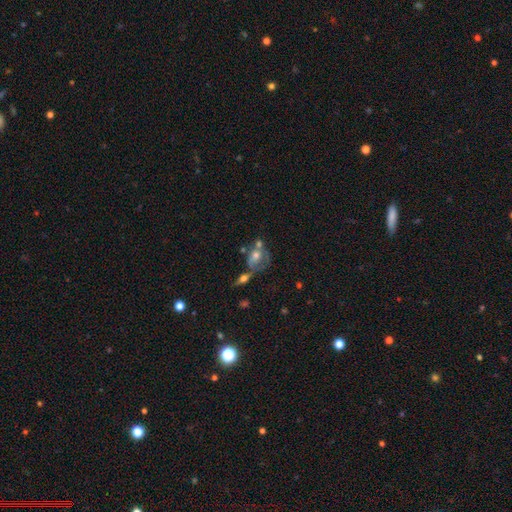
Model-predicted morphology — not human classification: Smooth or featured: smooth — 45% (featured or disk — 44%)
Merging: merger — 40% (none — 27%)